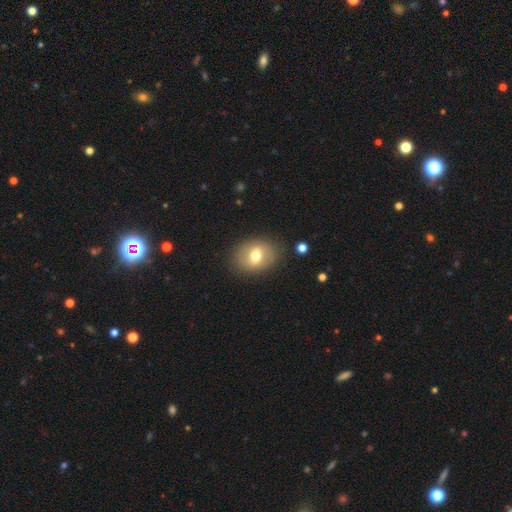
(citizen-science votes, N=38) smooth_or_featured: smooth (p=0.68) [alt: featured or disk p=0.26]
how_rounded: round (p=0.69) [alt: in between p=0.31]
merging: none (p=0.81) [alt: minor disturbance p=0.08]